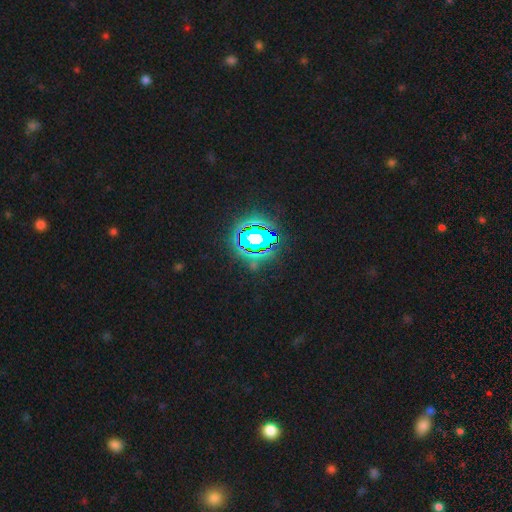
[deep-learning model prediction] Smooth or featured: star or artifact — 83% (smooth — 11%)